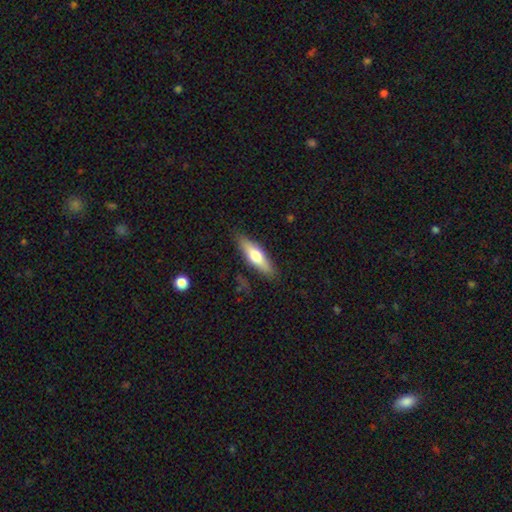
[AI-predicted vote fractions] This is possibly a smooth galaxy (56%). How rounded: possibly cigar-shaped (60%). Merging: clearly none (87%).